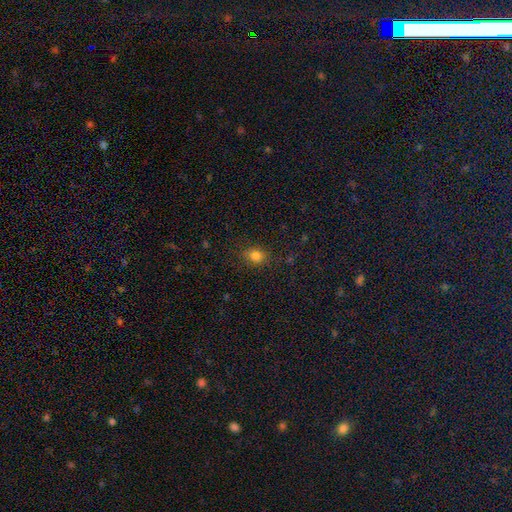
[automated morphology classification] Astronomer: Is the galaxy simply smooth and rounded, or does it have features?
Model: smooth — 81%.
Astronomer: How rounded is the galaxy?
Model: round — 60% (runner-up: in between, 39%).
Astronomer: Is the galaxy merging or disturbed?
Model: none — 83%.